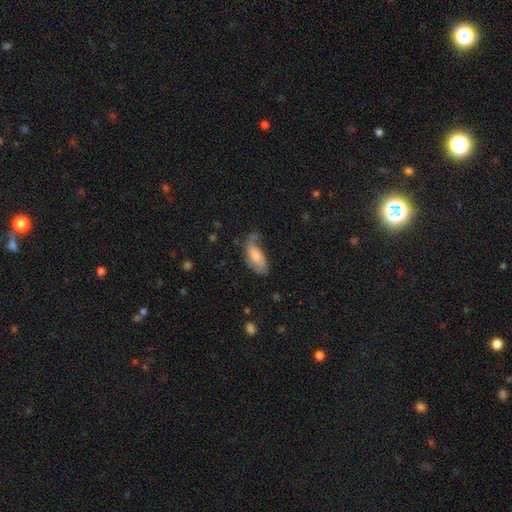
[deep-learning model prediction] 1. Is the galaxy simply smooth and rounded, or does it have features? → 59% smooth, 34% featured or disk, 7% star or artifact.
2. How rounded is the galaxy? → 85% in between, 12% cigar-shaped, 3% round.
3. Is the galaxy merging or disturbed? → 43% none, 35% minor disturbance, 19% major disturbance, 4% merger.